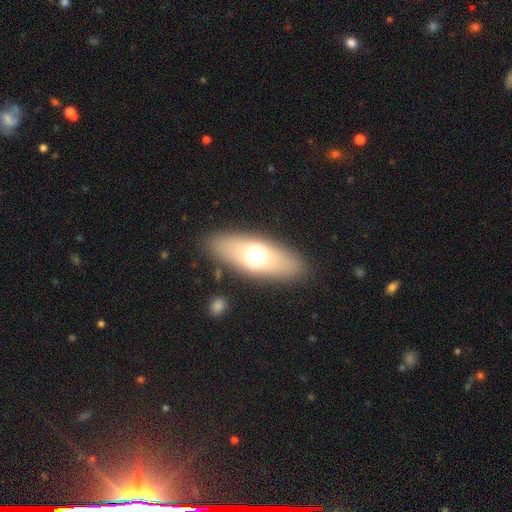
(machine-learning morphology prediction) Overall: smooth (59%; featured or disk 30%). How rounded: in between (71%). Merging: none (86%).